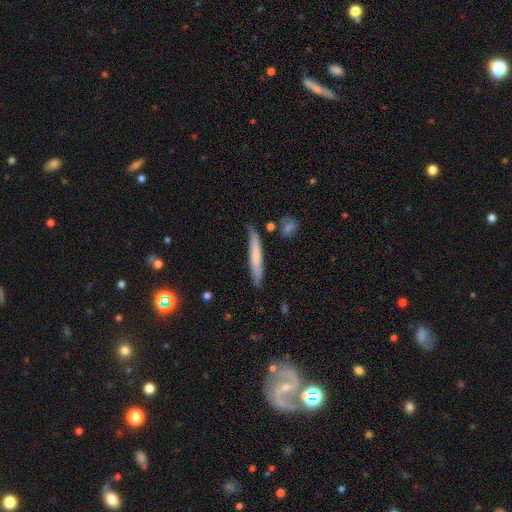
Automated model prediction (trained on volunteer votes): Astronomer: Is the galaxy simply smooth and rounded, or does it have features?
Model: smooth — 62%.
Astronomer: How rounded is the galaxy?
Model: cigar-shaped — 94%.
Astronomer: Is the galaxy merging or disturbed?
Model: none — 76%.